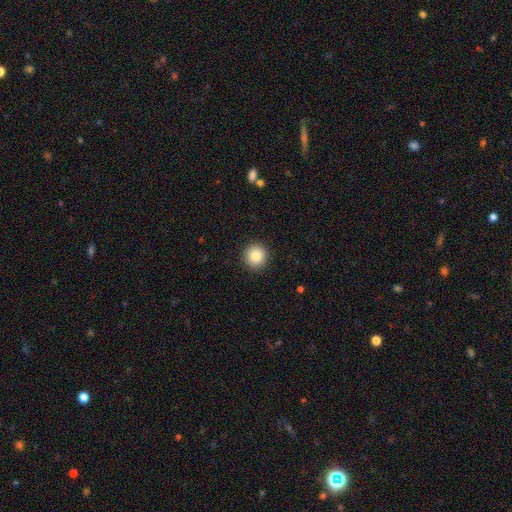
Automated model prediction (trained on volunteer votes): smooth_or_featured: smooth (p=0.84) [alt: star or artifact p=0.09]
how_rounded: round (p=0.95) [alt: in between p=0.04]
merging: none (p=0.92) [alt: minor disturbance p=0.05]